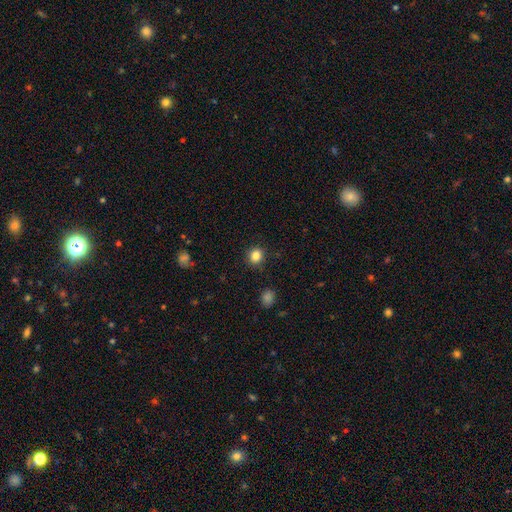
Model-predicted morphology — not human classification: The model was most divided on "how rounded": round: 84%, in between: 15%, cigar-shaped: 1%. More confident: merging — none (89%); smooth or featured — smooth (84%).